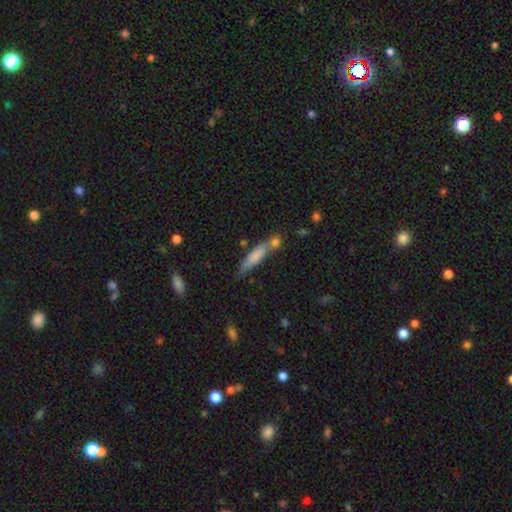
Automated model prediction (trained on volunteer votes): smooth 70%, featured or disk 23%, star or artifact 7%. Down the decision tree: how rounded — cigar-shaped (77%); merging — none (54%).